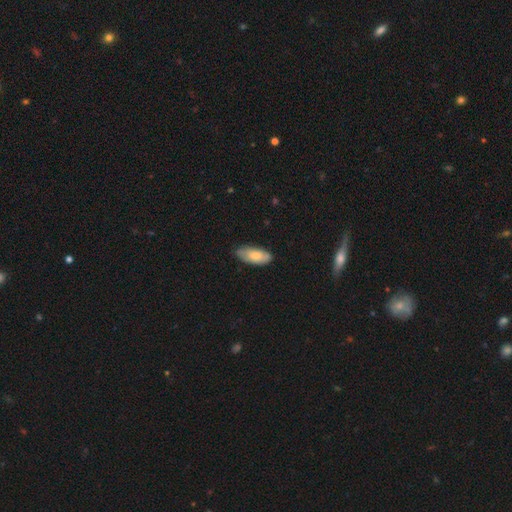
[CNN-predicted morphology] Overall: smooth (73%). How rounded: in between (86%). Merging: none (71%).